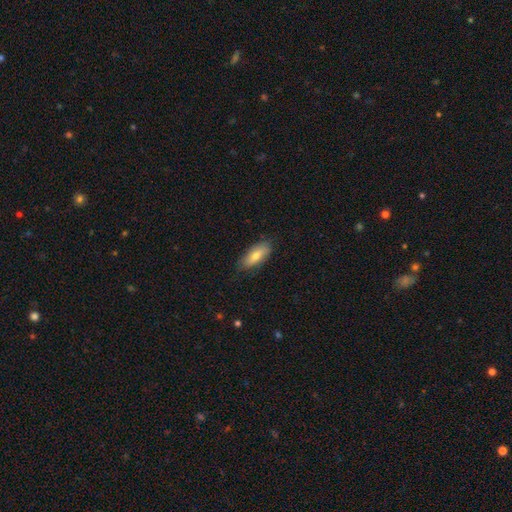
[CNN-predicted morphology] A smooth galaxy with no disk features (75%) that is in between round and cigar-shaped (76%).

Vote fractions:
- Smooth or featured? smooth: 75% / featured or disk: 19% / star or artifact: 6%
- How rounded? in between: 76% / cigar-shaped: 22% / round: 2%
- Merging? none: 80% / minor disturbance: 16% / major disturbance: 3% / merger: 1%